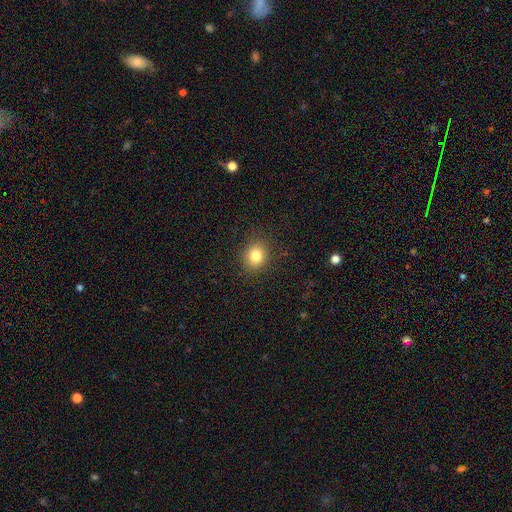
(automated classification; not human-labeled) A smooth galaxy with no disk features (82%) that is round (67%). Merging: none (89%).